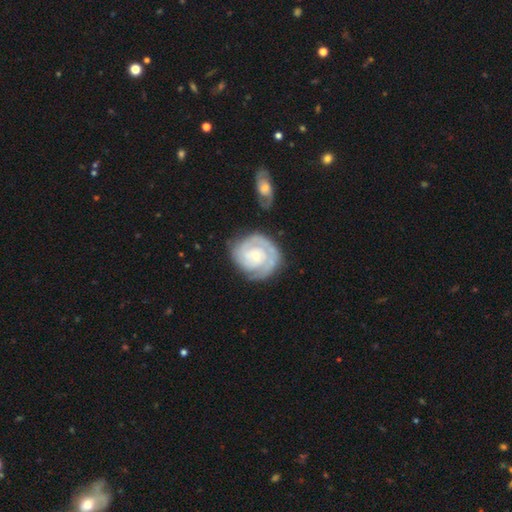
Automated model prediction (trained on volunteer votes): smooth-or-featured: featured or disk: 82% | smooth: 13% | star or artifact: 5%
  disk-edge-on: no: 98% | yes: 2%
    bar: no: 72% | weak: 23% | strong: 5%
    has-spiral-arms: yes: 94% | no: 6%
      spiral-winding: tight: 76% | medium: 19% | loose: 5%
      spiral-arm-count: 2: 42% | can't tell: 23% | 3: 15% | 1: 13% | 4: 4% | more than 4: 3%
    bulge-size: small: 66% | moderate: 28% | none: 2% | large: 2% | dominant: 1%
  merging: none: 71% | minor disturbance: 18% | major disturbance: 7% | merger: 4%